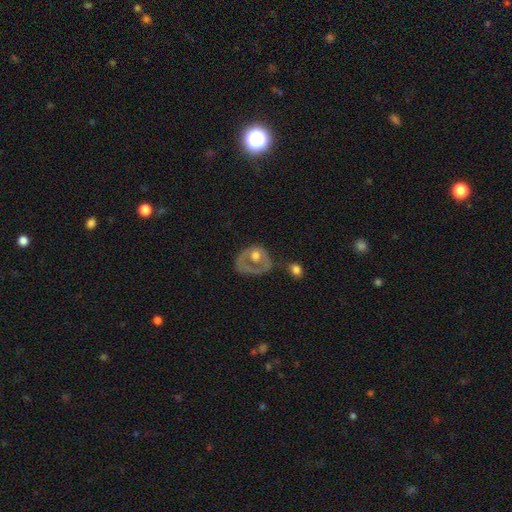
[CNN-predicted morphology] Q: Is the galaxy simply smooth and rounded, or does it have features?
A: featured or disk — 51%.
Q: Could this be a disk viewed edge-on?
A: no — 96%.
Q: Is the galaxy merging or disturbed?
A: major disturbance — 35%, tied with none.